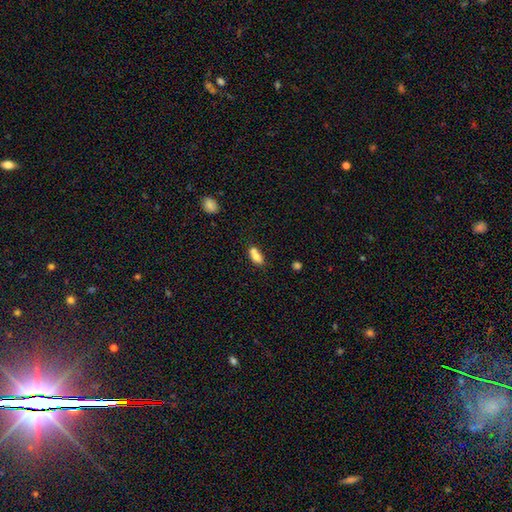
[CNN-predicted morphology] A smooth galaxy with no disk features (76%) that is in between round and cigar-shaped (80%). Merging: merger (42%).